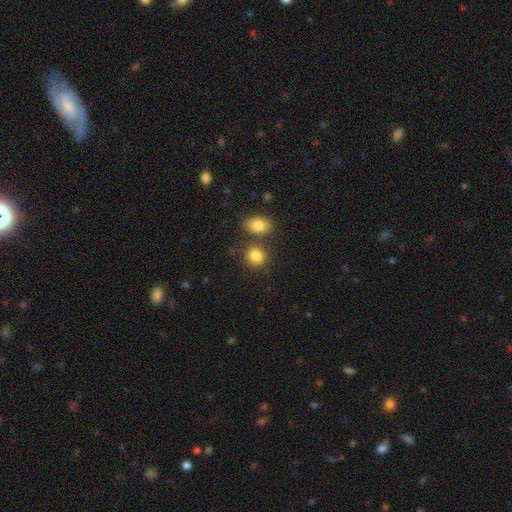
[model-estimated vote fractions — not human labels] A smooth galaxy with no disk features (85%) that is round (75%).

Vote fractions:
- Smooth or featured? smooth: 85% / star or artifact: 9% / featured or disk: 6%
- How rounded? round: 75% / in between: 24% / cigar-shaped: 1%
- Merging? none: 71% / merger: 16% / minor disturbance: 9% / major disturbance: 3%